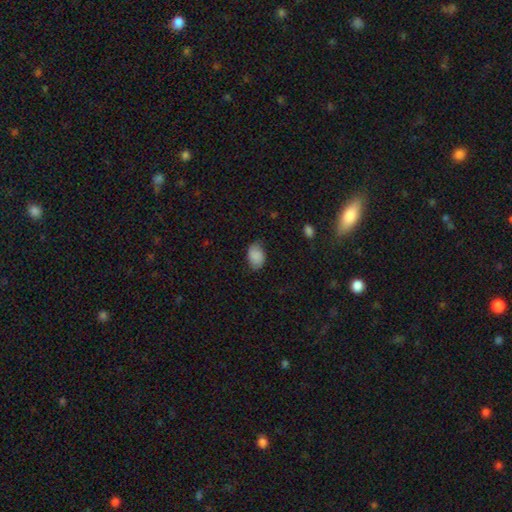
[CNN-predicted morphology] This is clearly a smooth galaxy (82%). How rounded: clearly in between (81%). Merging: likely none (68%).